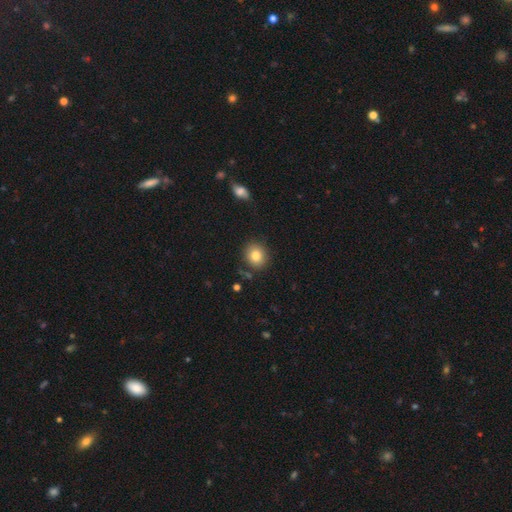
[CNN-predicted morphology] type=smooth (82%); roundness=round (77%); merging=none (85%).